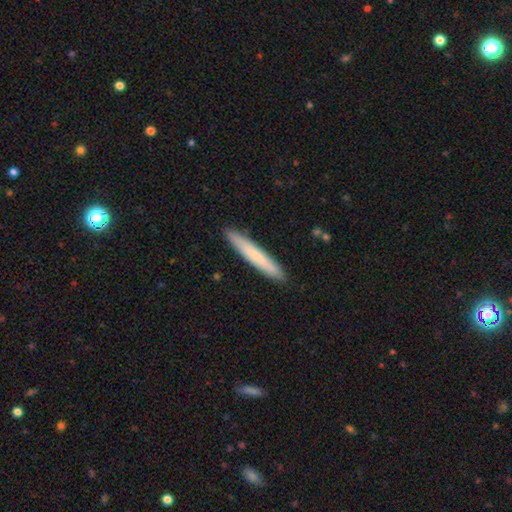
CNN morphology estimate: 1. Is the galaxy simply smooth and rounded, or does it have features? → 70% smooth, 24% featured or disk, 5% star or artifact.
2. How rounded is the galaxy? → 95% cigar-shaped, 4% in between, 1% round.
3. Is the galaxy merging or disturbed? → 91% none, 6% minor disturbance, 1% major disturbance, 1% merger.